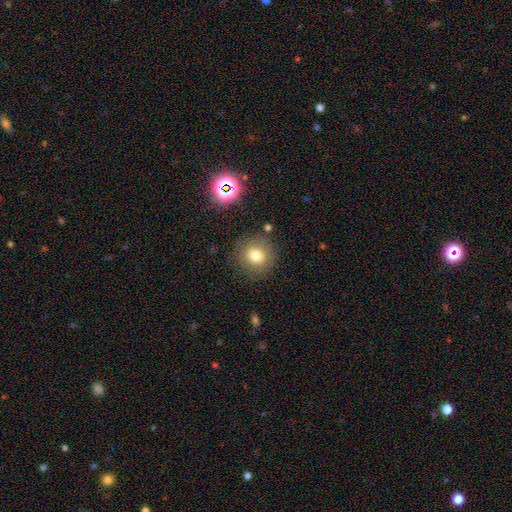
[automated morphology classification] Smooth or featured? smooth (76%)
How rounded? round (89%)
Merging? none (84%)